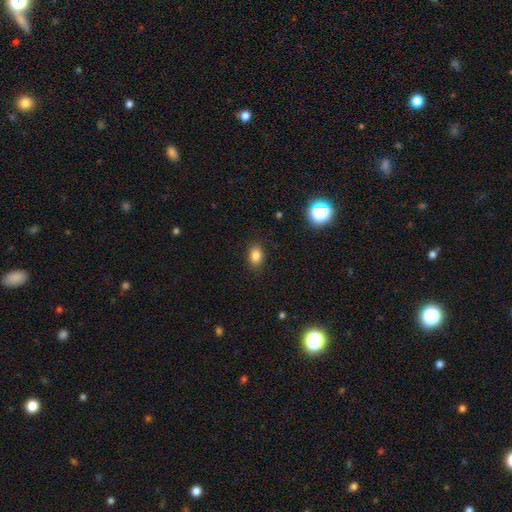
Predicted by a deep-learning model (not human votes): smooth_or_featured: smooth (p=0.84) [alt: star or artifact p=0.11]
how_rounded: in between (p=0.76) [alt: round p=0.22]
merging: none (p=0.86) [alt: minor disturbance p=0.10]